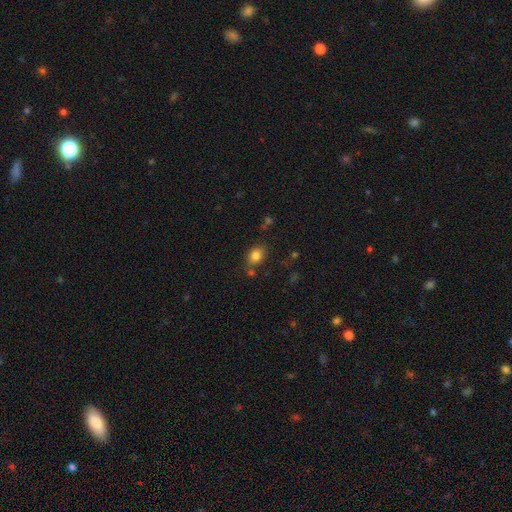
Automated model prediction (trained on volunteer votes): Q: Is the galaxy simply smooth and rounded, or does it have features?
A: smooth — 82%.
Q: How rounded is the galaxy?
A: in between — 62%.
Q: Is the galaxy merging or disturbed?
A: none — 72%.